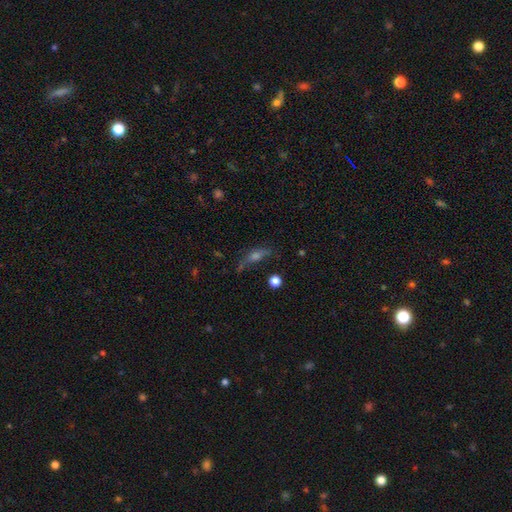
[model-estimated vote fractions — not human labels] Smooth or featured? Predicted: featured or disk (p=0.43). Merging? Predicted: none (p=0.54).